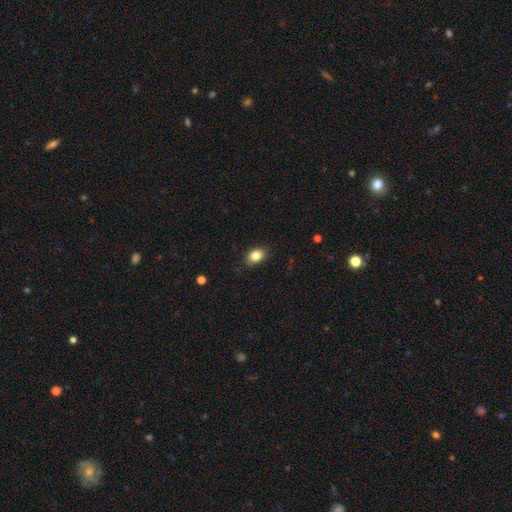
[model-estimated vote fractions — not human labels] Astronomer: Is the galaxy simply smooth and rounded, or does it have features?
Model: smooth — 83%.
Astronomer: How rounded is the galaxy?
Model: in between — 77%.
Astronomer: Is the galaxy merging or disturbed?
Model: none — 83%.